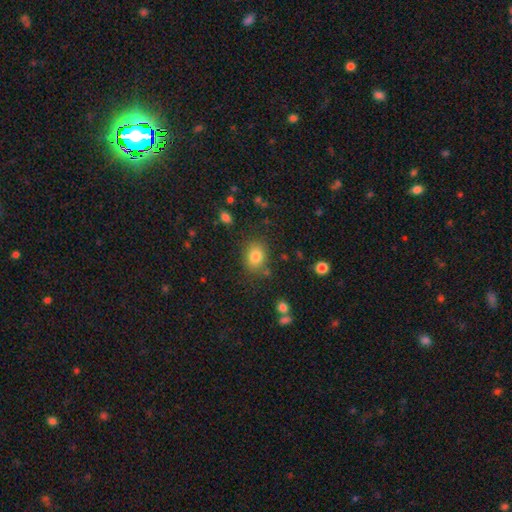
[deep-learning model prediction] Smooth or featured? smooth (82%)
How rounded? in between (57%)
Merging? none (79%)